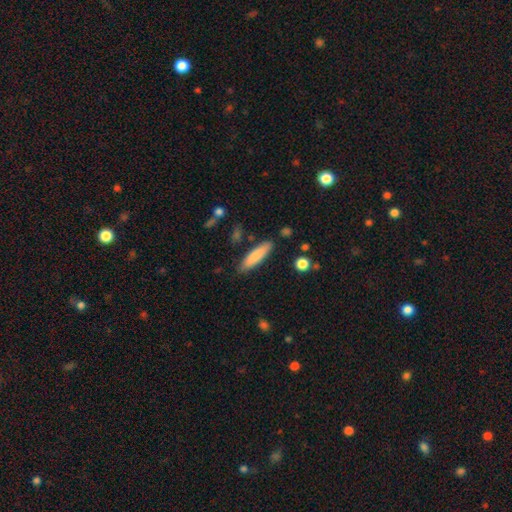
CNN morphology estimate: Smooth or featured? smooth (82%)
How rounded? cigar-shaped (75%)
Merging? none (84%)